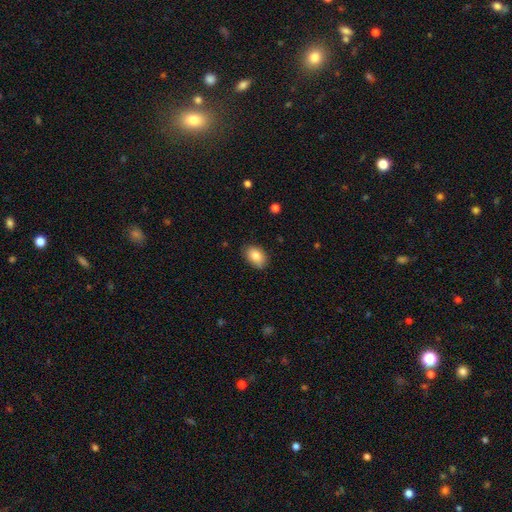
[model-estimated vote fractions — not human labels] This appears to be a smooth galaxy with no disk features (84%) that is in between round and cigar-shaped (84%). Merging: none (82%).